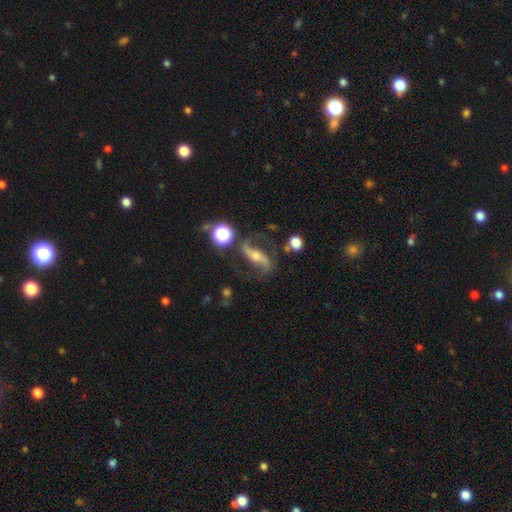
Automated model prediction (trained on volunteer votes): Smooth or featured?
  - featured or disk: 79% *
  - smooth: 12%
  - star or artifact: 9%
Edge-on disk?
  - no: 85% *
  - yes: 15%
Bar?
  - strong: 57% *
  - no: 23%
  - weak: 21%
Spiral arms?
  - yes: 92% *
  - no: 8%
Spiral winding?
  - loose: 59% *
  - medium: 30%
  - tight: 11%
Spiral arm count?
  - 2: 91% *
  - can't tell: 3%
  - 1: 3%
  - 3: 1%
  - 4: 1%
  - more than 4: 1%
Bulge size?
  - moderate: 48% *
  - small: 42%
  - large: 5%
  - none: 3%
  - dominant: 2%
Merging?
  - none: 67% *
  - minor disturbance: 16%
  - major disturbance: 12%
  - merger: 6%